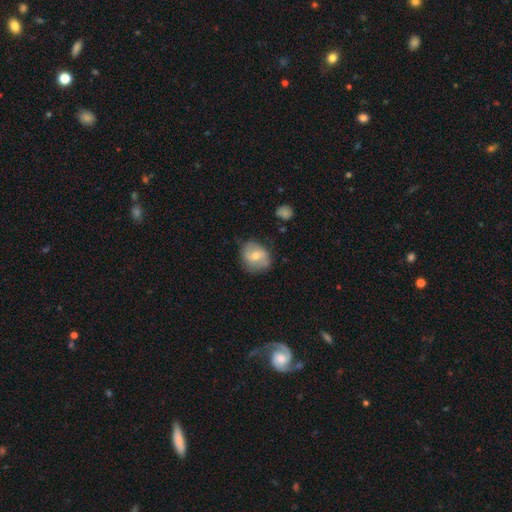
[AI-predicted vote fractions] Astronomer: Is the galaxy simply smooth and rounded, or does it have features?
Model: smooth — 59%.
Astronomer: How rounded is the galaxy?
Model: round — 65%.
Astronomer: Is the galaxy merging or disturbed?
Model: none — 70%.